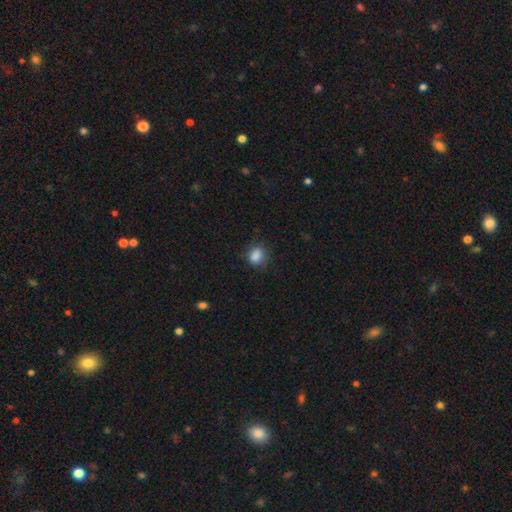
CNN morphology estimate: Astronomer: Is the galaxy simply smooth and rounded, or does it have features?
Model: smooth — 85%.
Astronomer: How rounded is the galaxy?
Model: in between — 54% (runner-up: round, 44%).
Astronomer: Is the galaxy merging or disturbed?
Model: none — 72%.